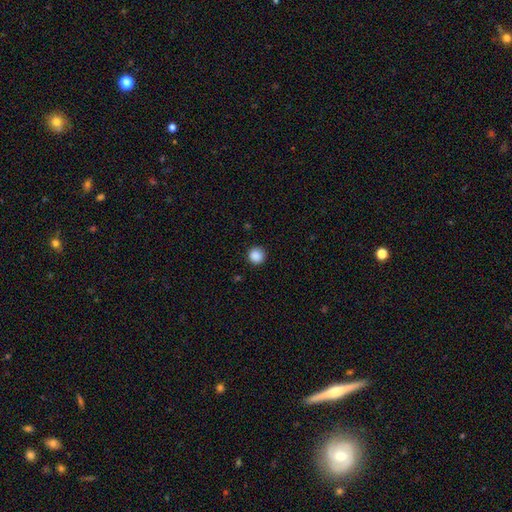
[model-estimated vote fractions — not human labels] smooth 88%, star or artifact 10%, featured or disk 2%. Down the decision tree: how rounded — round (95%); merging — none (91%).